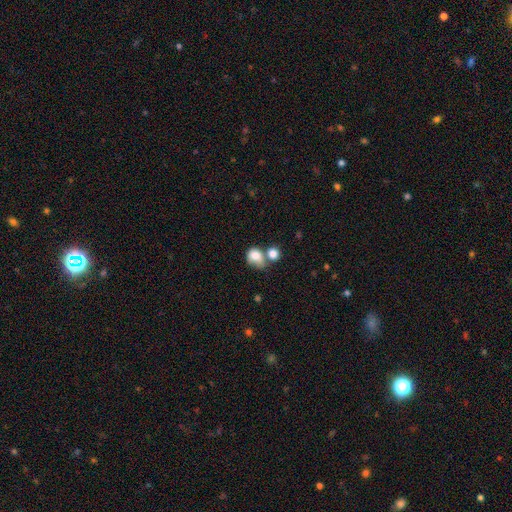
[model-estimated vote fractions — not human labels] This is likely a smooth galaxy (78%). How rounded: possibly round (58%). Merging: possibly merger (47%).